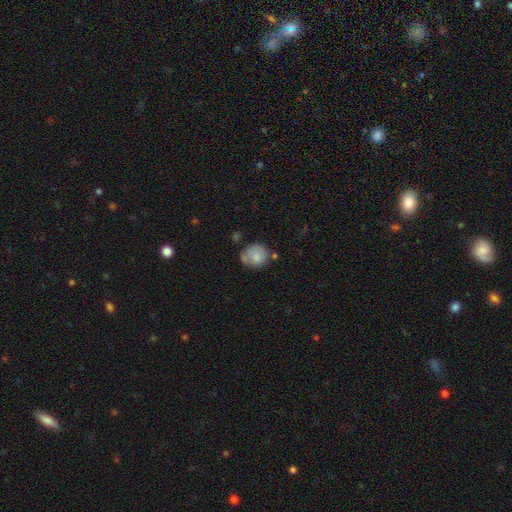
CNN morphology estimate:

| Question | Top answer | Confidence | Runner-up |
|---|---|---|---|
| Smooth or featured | smooth | 77% | featured or disk (15%) |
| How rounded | round | 79% | in between (20%) |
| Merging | none | 56% | minor disturbance (27%) |